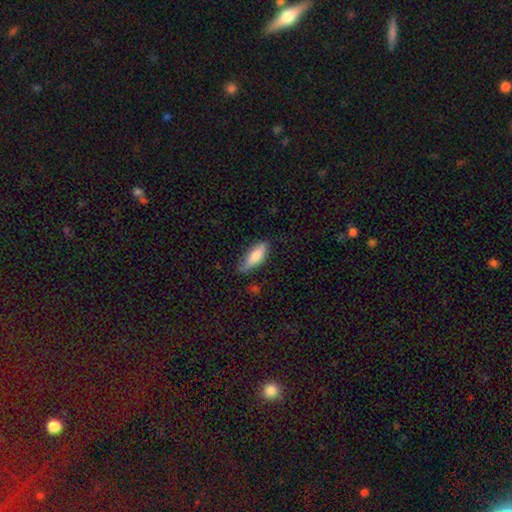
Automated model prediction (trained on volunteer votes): Smooth or featured? Predicted: smooth (p=0.75). How rounded? Predicted: in between (p=0.52). Merging? Predicted: none (p=0.70).